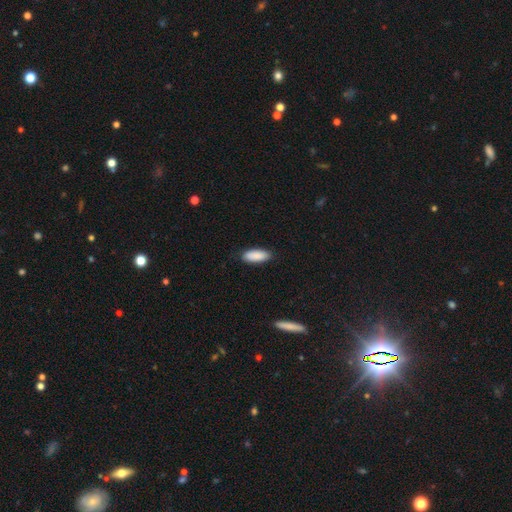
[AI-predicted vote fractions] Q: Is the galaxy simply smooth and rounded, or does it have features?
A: smooth — 90%.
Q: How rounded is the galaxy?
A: in between — 77%.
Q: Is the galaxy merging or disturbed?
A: none — 85%.